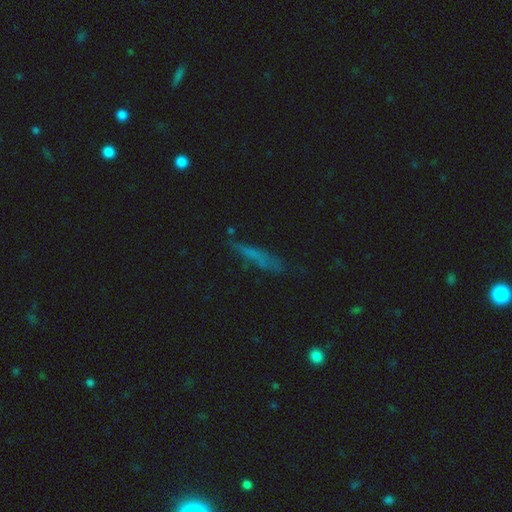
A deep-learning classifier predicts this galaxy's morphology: type=smooth (53%); roundness=cigar-shaped (85%); merging=none (66%).